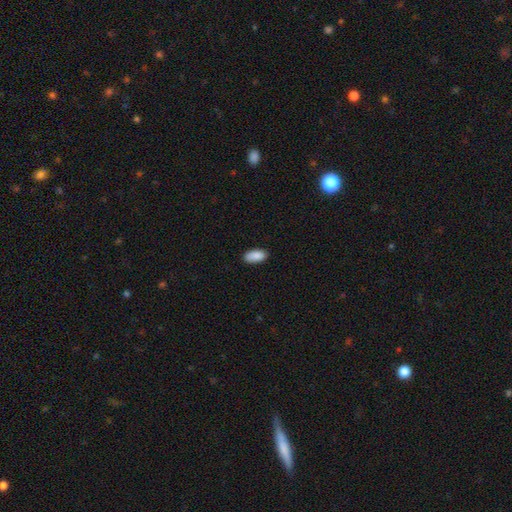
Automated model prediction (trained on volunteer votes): Smooth or featured?
  - smooth: 90% *
  - star or artifact: 6%
  - featured or disk: 3%
How rounded?
  - in between: 93% *
  - cigar-shaped: 5%
  - round: 2%
Merging?
  - none: 87% *
  - minor disturbance: 10%
  - major disturbance: 2%
  - merger: 1%